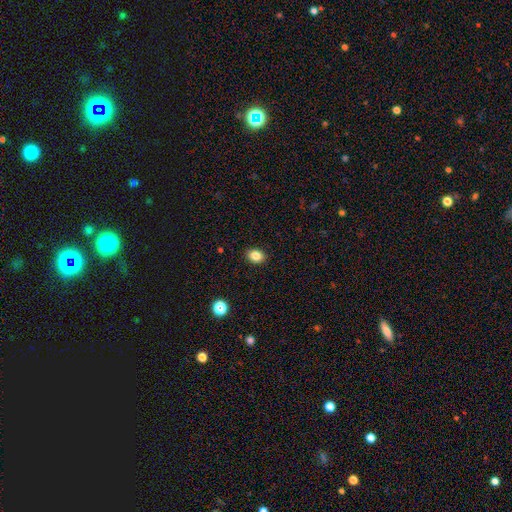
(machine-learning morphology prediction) This appears to be a smooth galaxy with no disk features (84%) that is in between round and cigar-shaped (60%). Merging: none (90%).